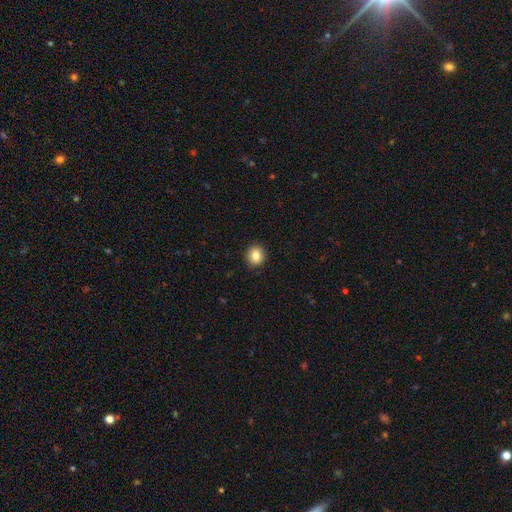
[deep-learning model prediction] Morphology: type=smooth (85%); roundness=round (81%); merging=none (92%).